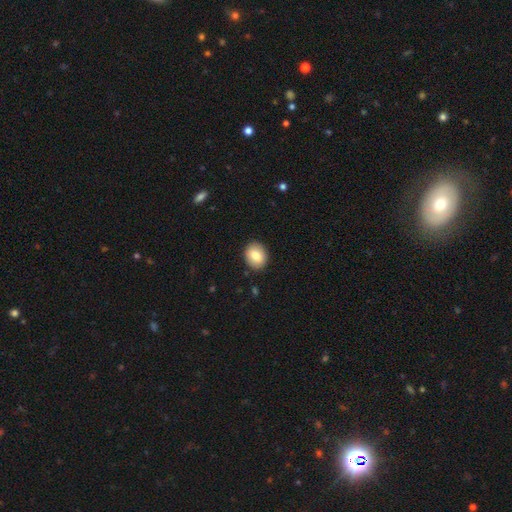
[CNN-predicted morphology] smooth-or-featured: smooth: 81% | featured or disk: 11% | star or artifact: 8%
  how-rounded: round: 58% | in between: 41% | cigar-shaped: 1%
  merging: none: 89% | minor disturbance: 8% | major disturbance: 2% | merger: 1%